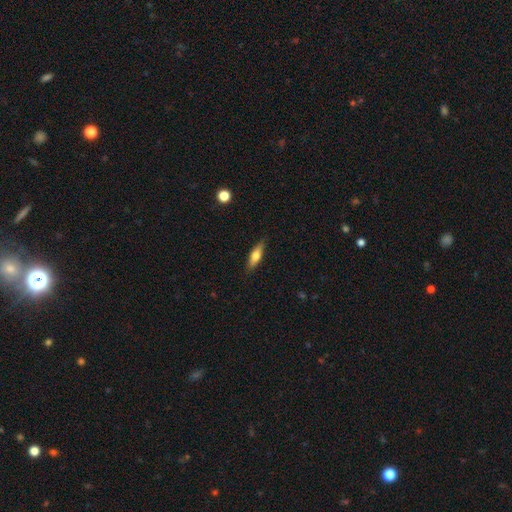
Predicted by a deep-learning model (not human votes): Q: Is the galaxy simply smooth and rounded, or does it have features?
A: smooth — 67%.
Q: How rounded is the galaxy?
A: cigar-shaped — 51%.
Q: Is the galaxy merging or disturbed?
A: none — 85%.